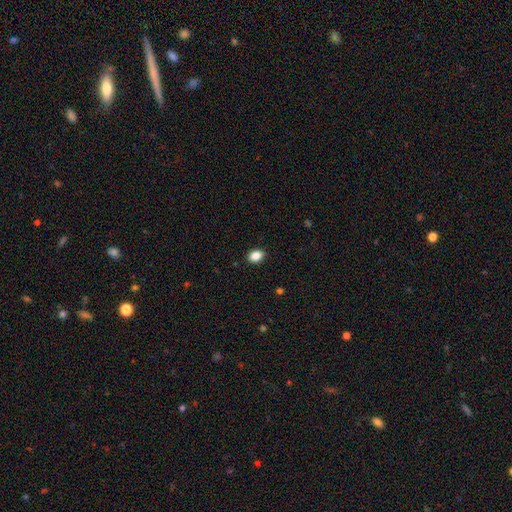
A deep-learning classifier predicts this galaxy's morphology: This appears to be a smooth galaxy with no disk features (86%) that is in between round and cigar-shaped (74%). Merging: none (89%).